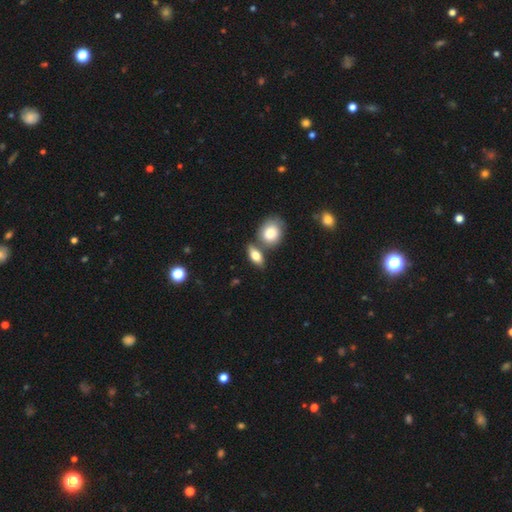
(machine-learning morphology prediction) Smooth or featured: smooth — 73% (featured or disk — 20%)
How rounded: in between — 78% (cigar-shaped — 12%)
Merging: none — 60% (merger — 25%)